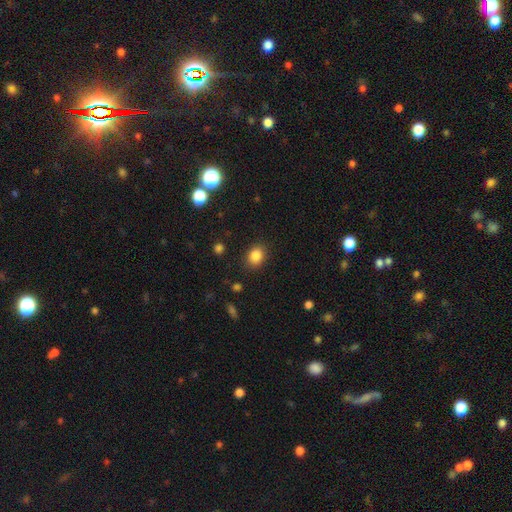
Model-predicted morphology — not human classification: A smooth galaxy with no disk features (85%) that is round (54%). Merging: none (86%).